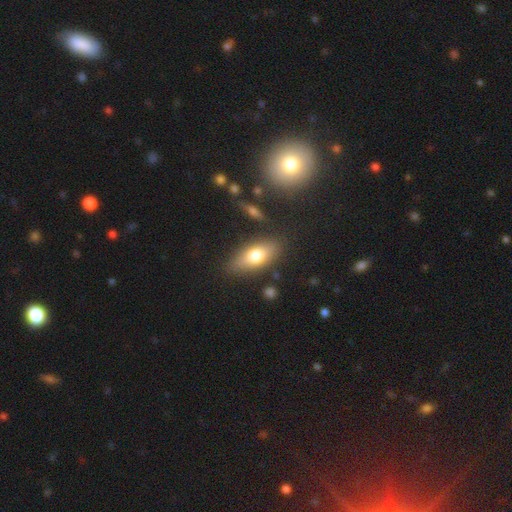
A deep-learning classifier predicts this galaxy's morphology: This appears to be a smooth galaxy with no disk features (71%) that is in between round and cigar-shaped (80%). Merging: none (82%).